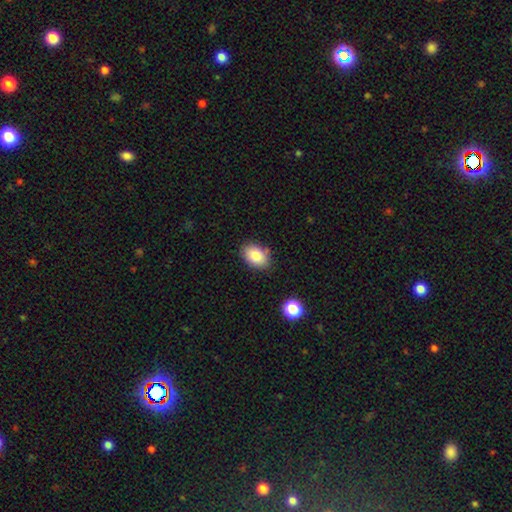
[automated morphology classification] type=smooth (83%); roundness=in between (85%); merging=none (82%).